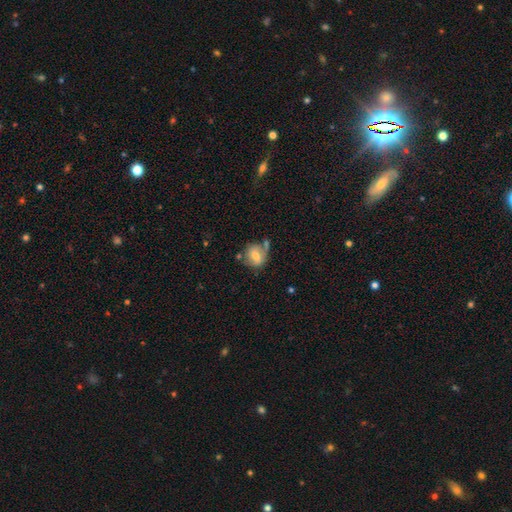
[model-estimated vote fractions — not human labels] Smooth or featured? smooth (65%)
How rounded? round (70%)
Merging? none (53%)